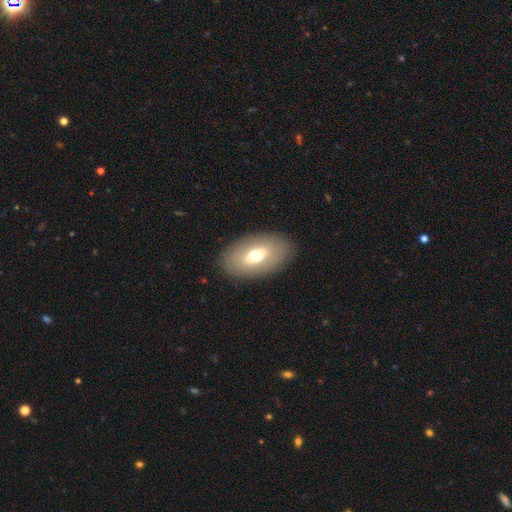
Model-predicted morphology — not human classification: The model was most divided on "smooth or featured": smooth: 60%, featured or disk: 32%, star or artifact: 8%. More confident: how rounded — in between (91%); merging — none (87%).